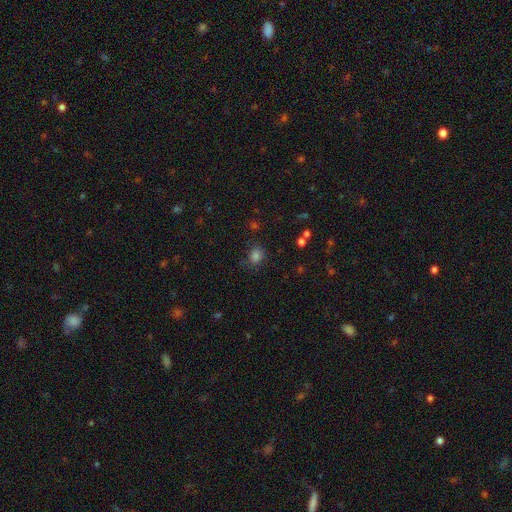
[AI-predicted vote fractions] A smooth galaxy with no disk features (77%) that is round (57%).

Vote fractions:
- Smooth or featured? smooth: 77% / star or artifact: 18% / featured or disk: 5%
- How rounded? round: 57% / in between: 42% / cigar-shaped: 1%
- Merging? none: 73% / minor disturbance: 18% / major disturbance: 7% / merger: 3%